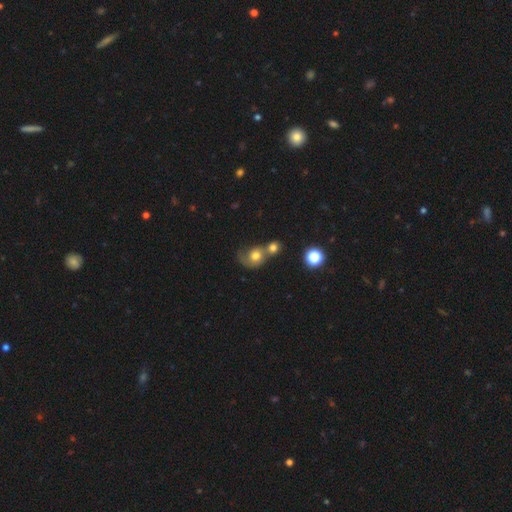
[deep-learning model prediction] This is likely a smooth galaxy (63%). How rounded: likely round (74%). Merging: possibly merger (60%).